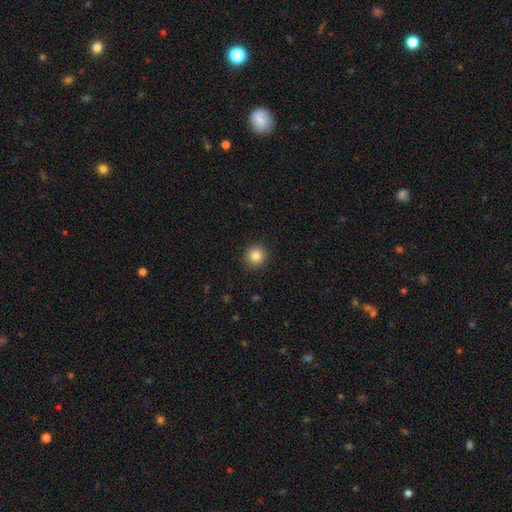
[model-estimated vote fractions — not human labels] smooth 84%, star or artifact 10%, featured or disk 6%. Down the decision tree: how rounded — round (93%); merging — none (92%).